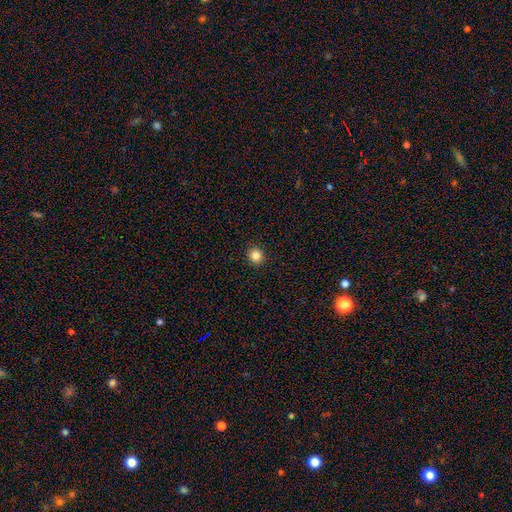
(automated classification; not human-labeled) smooth-or-featured: smooth: 84% | star or artifact: 12% | featured or disk: 4%
  how-rounded: round: 92% | in between: 7% | cigar-shaped: 1%
  merging: none: 93% | minor disturbance: 5% | major disturbance: 2% | merger: 1%